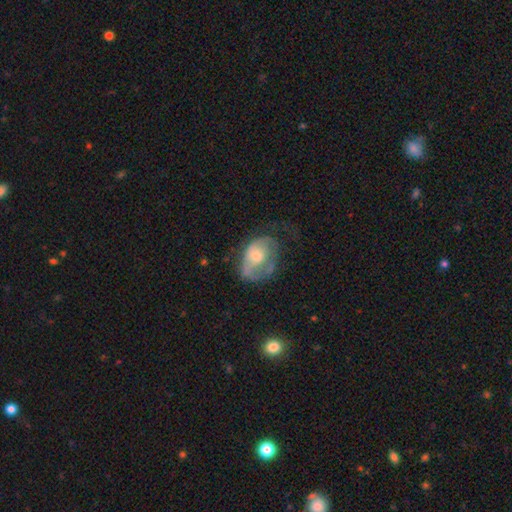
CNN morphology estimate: featured or disk 53%, smooth 40%, star or artifact 7%. Down the decision tree: edge-on disk — no (96%); bar — no (77%); spiral arms — yes (52%); bulge size — moderate (56%); merging — major disturbance (36%).